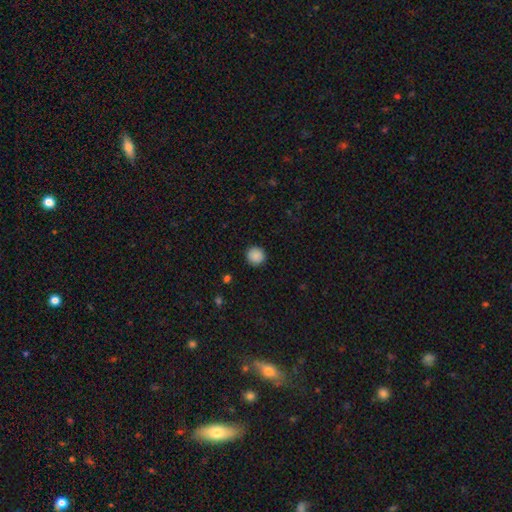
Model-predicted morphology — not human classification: Smooth or featured? smooth (89%)
How rounded? round (93%)
Merging? none (91%)